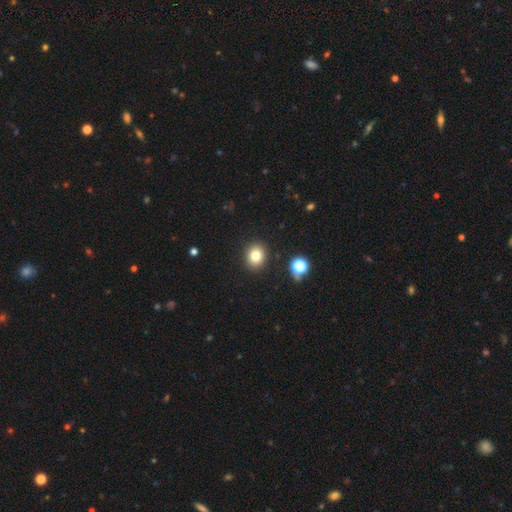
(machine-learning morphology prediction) The model was most divided on "how rounded": round: 68%, in between: 31%, cigar-shaped: 1%. More confident: merging — none (90%); smooth or featured — smooth (80%).